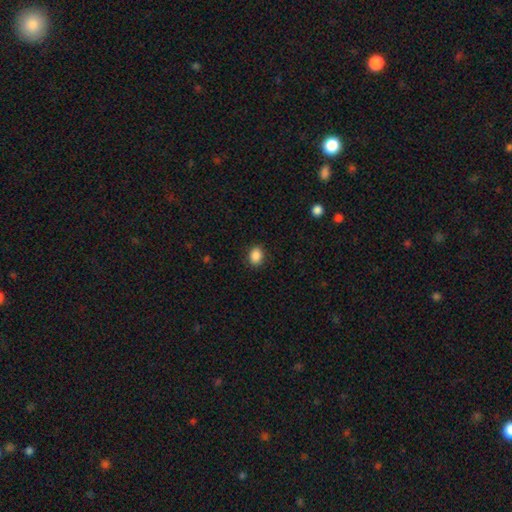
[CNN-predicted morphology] This is clearly a smooth galaxy (88%). How rounded: likely in between (60%). Merging: clearly none (89%).